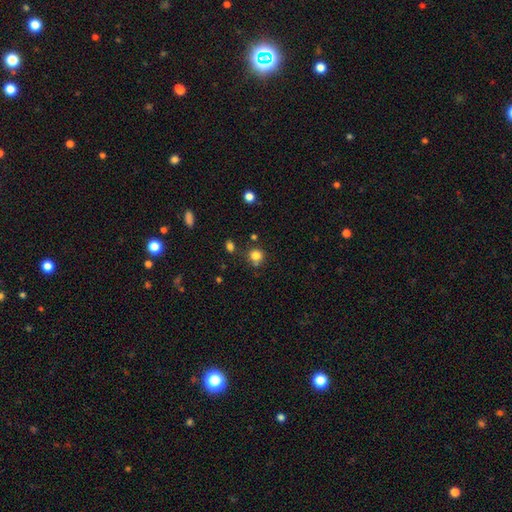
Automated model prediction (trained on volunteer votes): Smooth or featured: smooth — 81% (star or artifact — 13%)
How rounded: round — 88% (in between — 11%)
Merging: none — 72% (minor disturbance — 13%)